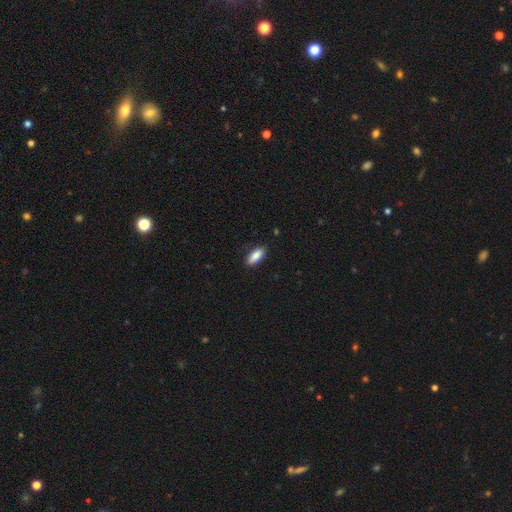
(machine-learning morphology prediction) Smooth or featured?
  - smooth: 87% *
  - featured or disk: 7%
  - star or artifact: 6%
How rounded?
  - in between: 78% *
  - cigar-shaped: 20%
  - round: 2%
Merging?
  - none: 85% *
  - minor disturbance: 12%
  - major disturbance: 2%
  - merger: 1%